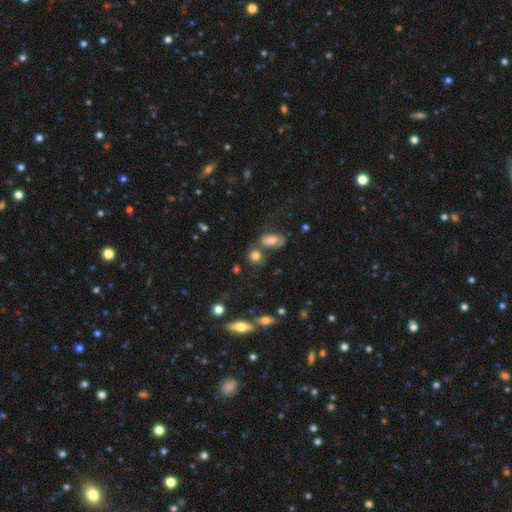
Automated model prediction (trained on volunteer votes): The model was most divided on "how rounded": round: 64%, in between: 33%, cigar-shaped: 3%. More confident: smooth or featured — smooth (77%); merging — none (59%).